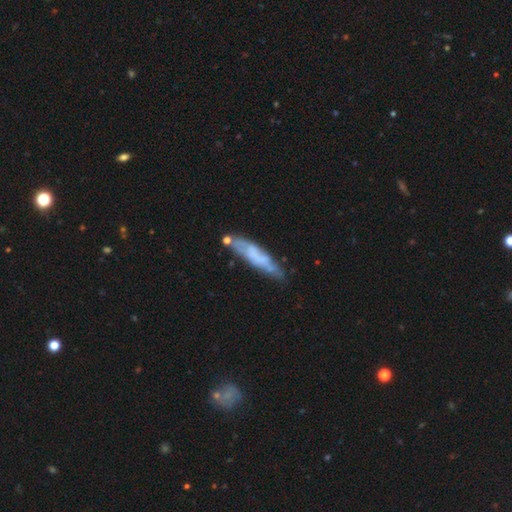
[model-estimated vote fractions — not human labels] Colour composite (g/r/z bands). It shows a featured or disk galaxy (47%). Merging: none (58%).